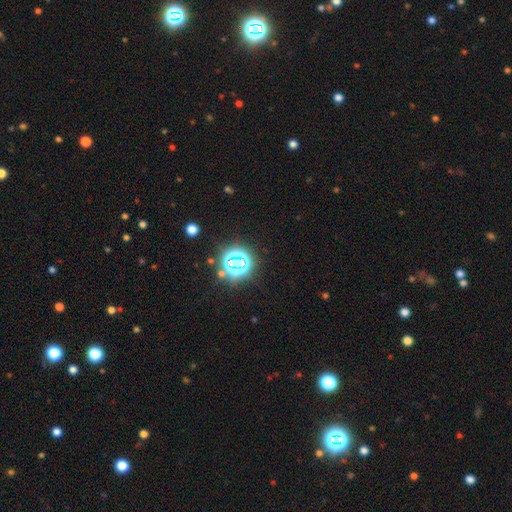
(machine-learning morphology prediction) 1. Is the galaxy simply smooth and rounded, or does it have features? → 80% star or artifact, 14% smooth, 6% featured or disk.